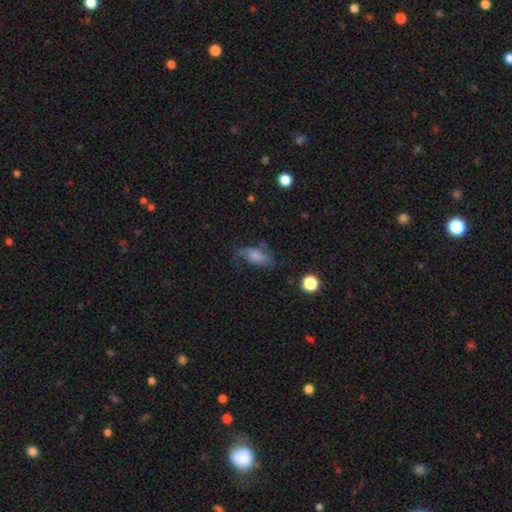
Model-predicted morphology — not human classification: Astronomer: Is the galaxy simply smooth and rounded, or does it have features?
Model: smooth — 57% (runner-up: featured or disk, 32%).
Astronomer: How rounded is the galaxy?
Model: in between — 86%.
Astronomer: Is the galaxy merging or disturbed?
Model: none — 48% (runner-up: minor disturbance, 28%).